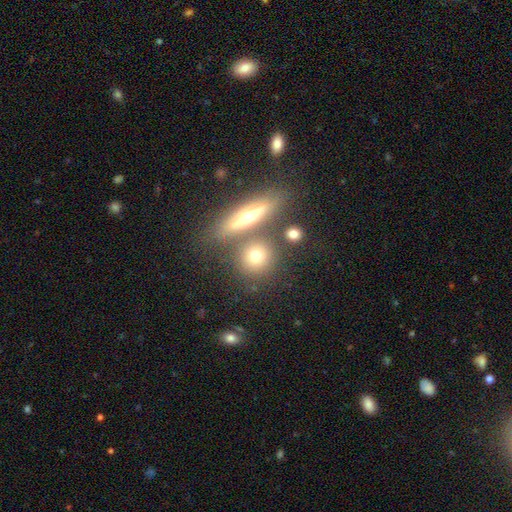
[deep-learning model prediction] Overall: smooth (68%). How rounded: round (77%). Merging: none (70%).